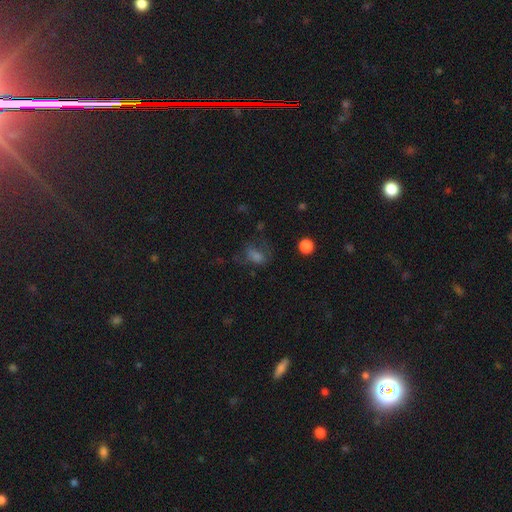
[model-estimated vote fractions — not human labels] Smooth or featured?
  - smooth: 49% *
  - star or artifact: 27%
  - featured or disk: 24%
Merging?
  - none: 44% *
  - major disturbance: 30%
  - minor disturbance: 23%
  - merger: 3%